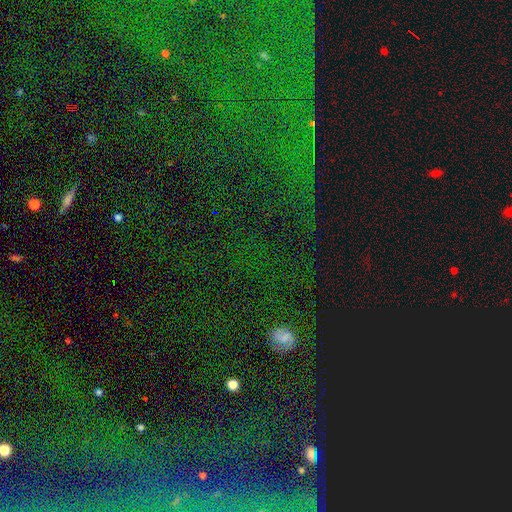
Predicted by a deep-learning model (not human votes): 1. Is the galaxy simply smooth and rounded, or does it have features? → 75% star or artifact, 13% smooth, 12% featured or disk.